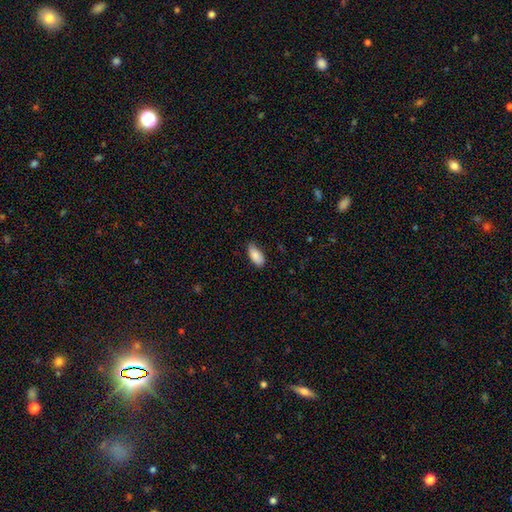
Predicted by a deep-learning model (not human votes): smooth 88%, star or artifact 6%, featured or disk 6%. Down the decision tree: how rounded — in between (91%); merging — none (76%).